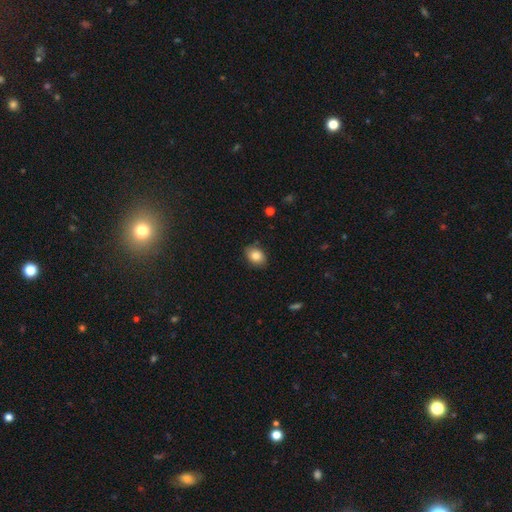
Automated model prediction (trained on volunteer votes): A smooth galaxy with no disk features (83%) that is in between round and cigar-shaped (69%). Merging: none (82%).